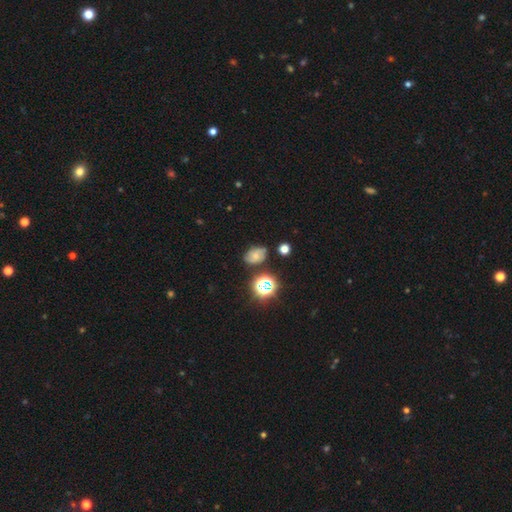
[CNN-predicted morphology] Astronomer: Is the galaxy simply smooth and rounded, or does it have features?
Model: smooth — 44% (runner-up: featured or disk, 33%).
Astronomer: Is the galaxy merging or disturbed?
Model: none — 67%.